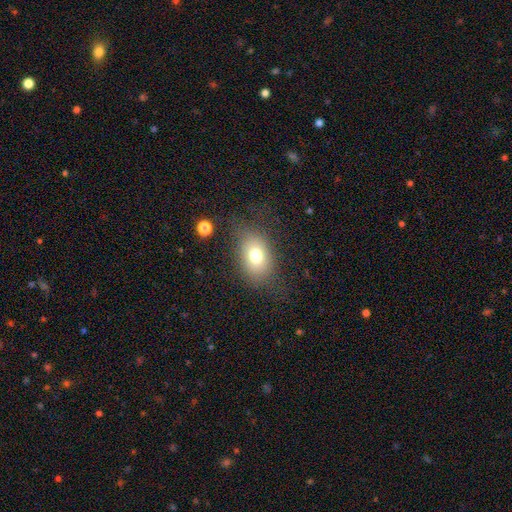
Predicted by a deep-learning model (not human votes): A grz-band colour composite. It shows a smooth galaxy with no disk features (73%) that is in between round and cigar-shaped (75%). Merging: none (69%).